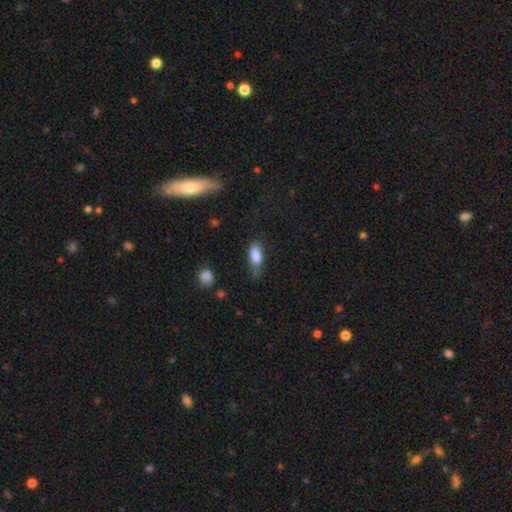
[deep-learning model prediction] Smooth or featured? smooth (82%)
How rounded? in between (83%)
Merging? none (44%)